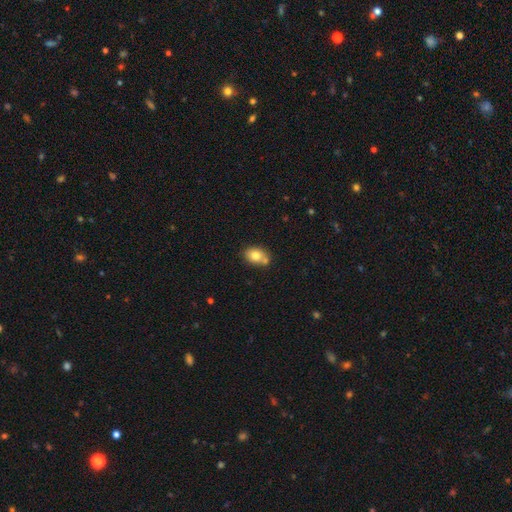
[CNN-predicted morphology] The model was most divided on "merging": none: 54%, merger: 25%, minor disturbance: 17%, major disturbance: 4%. More confident: smooth or featured — smooth (78%); how rounded — in between (69%).